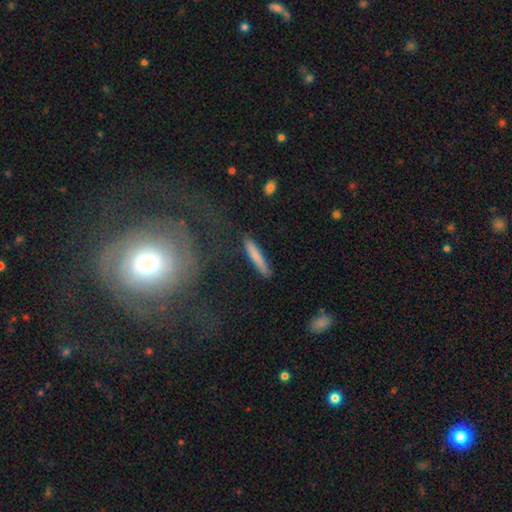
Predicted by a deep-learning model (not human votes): smooth 74%, featured or disk 20%, star or artifact 6%. Down the decision tree: how rounded — cigar-shaped (93%); merging — none (86%).